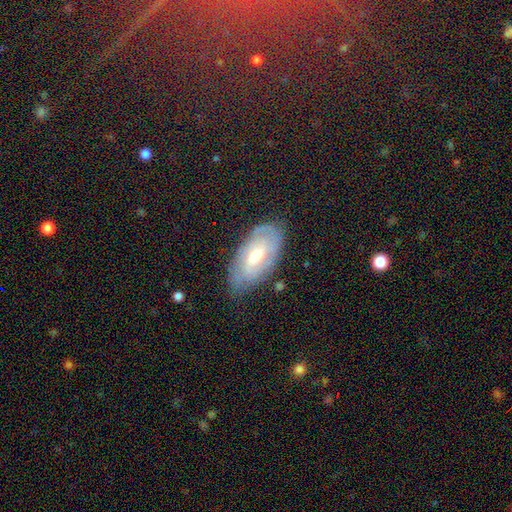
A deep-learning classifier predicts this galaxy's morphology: A featured or disk galaxy (61%) with a weak bar (47%), spiral arms (74%) and a moderate central bulge (63%). Merging: none (69%).